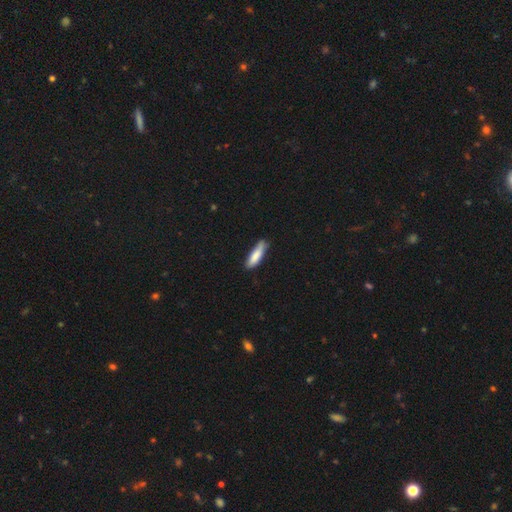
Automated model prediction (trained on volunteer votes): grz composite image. It shows a smooth galaxy with no disk features (82%) that is cigar-shaped (68%). Merging: none (70%).